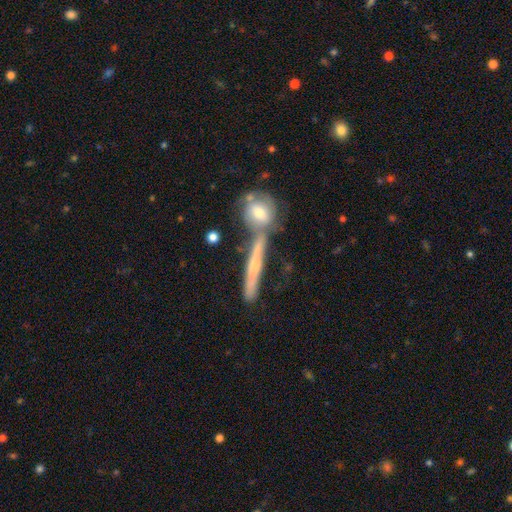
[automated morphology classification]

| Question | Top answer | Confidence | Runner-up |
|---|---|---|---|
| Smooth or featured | featured or disk | 45% | smooth (36%) |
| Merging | none | 51% | merger (31%) |